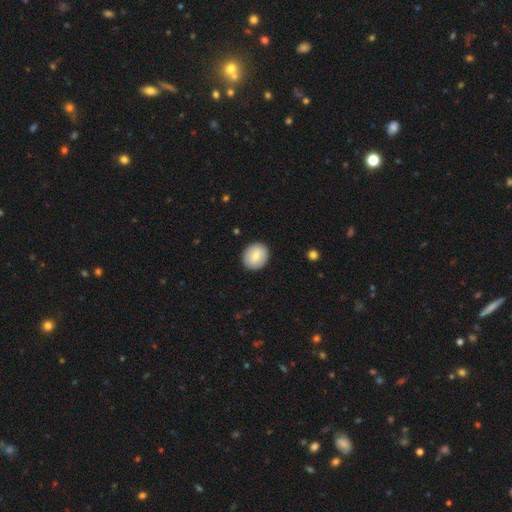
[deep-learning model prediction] smooth-or-featured: smooth: 75% | featured or disk: 18% | star or artifact: 7%
  how-rounded: round: 69% | in between: 31% | cigar-shaped: 1%
  merging: none: 89% | minor disturbance: 8% | major disturbance: 2% | merger: 1%